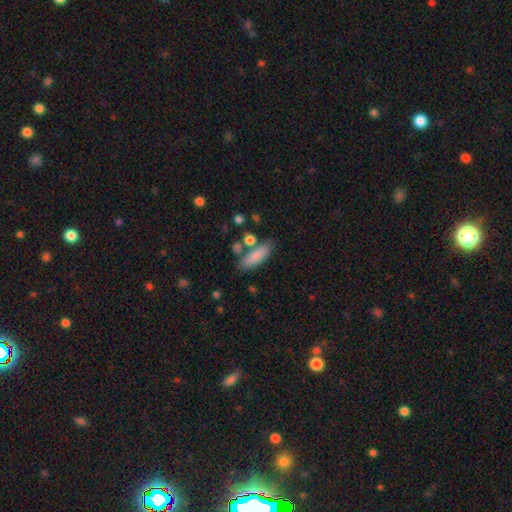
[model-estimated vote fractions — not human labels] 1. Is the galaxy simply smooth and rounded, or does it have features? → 82% smooth, 11% featured or disk, 7% star or artifact.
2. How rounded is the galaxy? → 57% in between, 40% cigar-shaped, 3% round.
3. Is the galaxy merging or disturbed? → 67% none, 15% minor disturbance, 13% merger, 5% major disturbance.